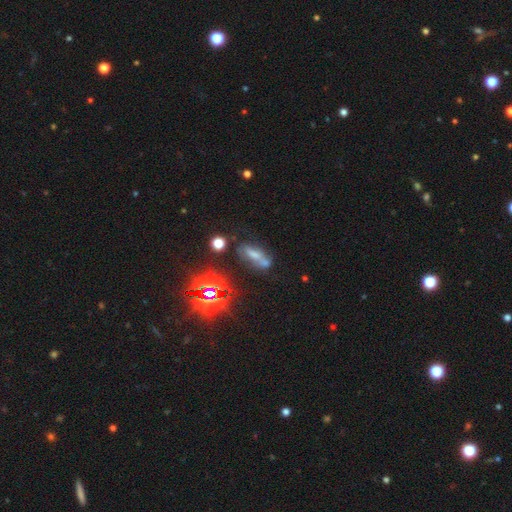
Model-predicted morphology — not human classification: A smooth galaxy with no disk features (43%). Merging: none (46%).